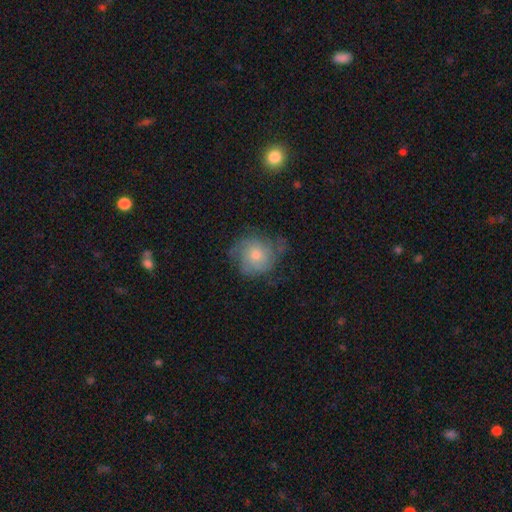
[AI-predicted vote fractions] Smooth or featured? featured or disk (63%)
Edge-on disk? no (97%)
Bar? no (81%)
Spiral arms? yes (88%)
Spiral winding? tight (53%)
Spiral arm count? can't tell (36%)
Bulge size? moderate (50%)
Merging? none (64%)